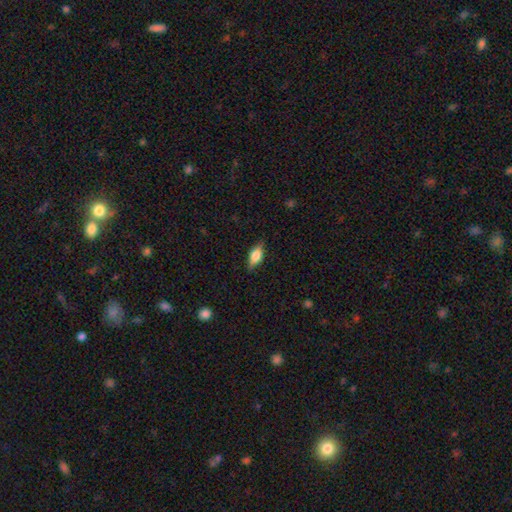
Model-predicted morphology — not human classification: Overall: smooth (69%). How rounded: in between (78%). Merging: none (83%).